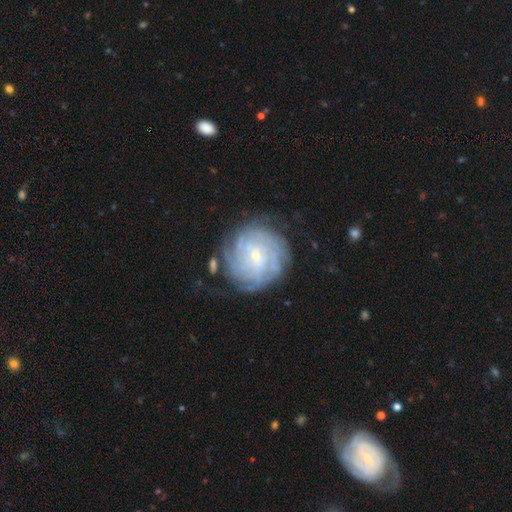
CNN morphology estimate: Smooth or featured? featured or disk (78%)
Edge-on disk? no (97%)
Bar? no (56%)
Spiral arms? yes (91%)
Spiral winding? tight (75%)
Spiral arm count? can't tell (42%)
Bulge size? small (81%)
Merging? none (73%)